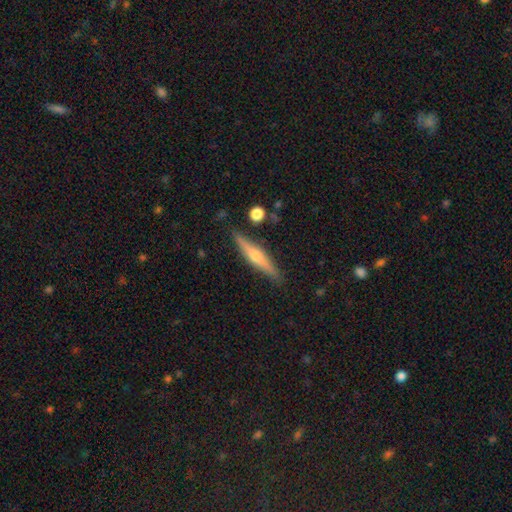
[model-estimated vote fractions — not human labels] smooth-or-featured: featured or disk: 66% | smooth: 28% | star or artifact: 6%
  disk-edge-on: yes: 97% | no: 3%
    edge-on-bulge: rounded: 88% | none: 7% | boxy: 5%
  merging: none: 87% | minor disturbance: 9% | merger: 2% | major disturbance: 2%